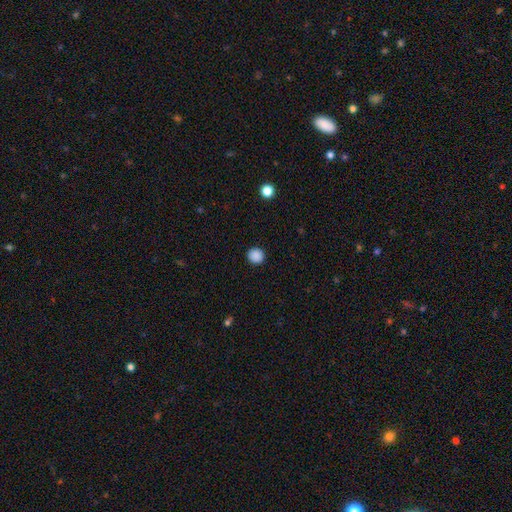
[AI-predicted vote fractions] Morphology: type=smooth (88%); roundness=round (93%); merging=none (93%).